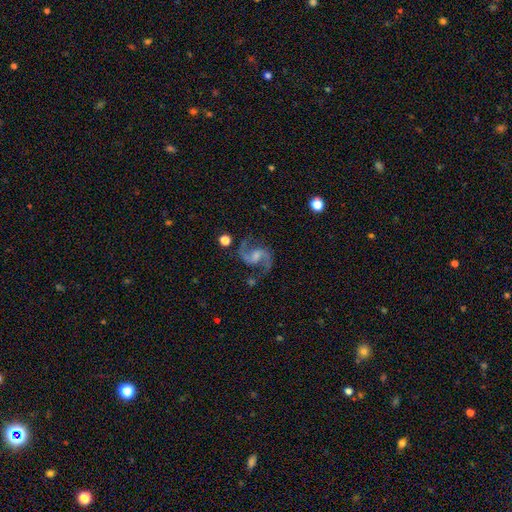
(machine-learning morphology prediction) Overall: featured or disk (92%). Edge-on disk: no (98%). Bar: weak (47%; no 39%). Spiral arms: yes (98%). Spiral arm count: 2 (94%). Spiral winding: medium (50%; loose 43%). Bulge size: small (42%; moderate 33%). Merging: none (78%).